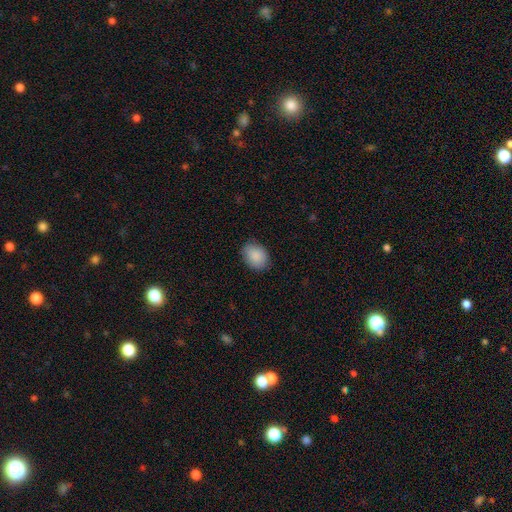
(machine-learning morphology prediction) Smooth or featured: smooth — 89% (star or artifact — 7%)
How rounded: in between — 67% (round — 32%)
Merging: none — 85% (minor disturbance — 11%)